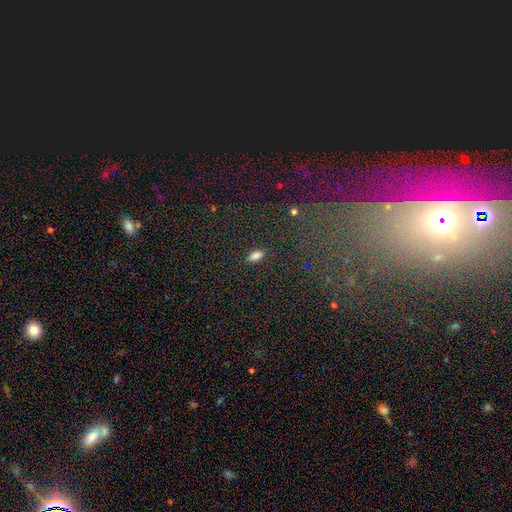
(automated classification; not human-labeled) Morphology: type=smooth (83%); roundness=in between (86%); merging=none (89%).